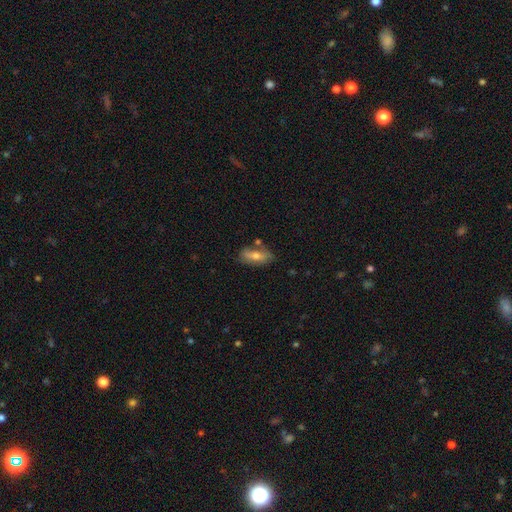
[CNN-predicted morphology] Smooth or featured? Predicted: smooth (p=0.58). How rounded? Predicted: in between (p=0.74). Merging? Predicted: none (p=0.70).